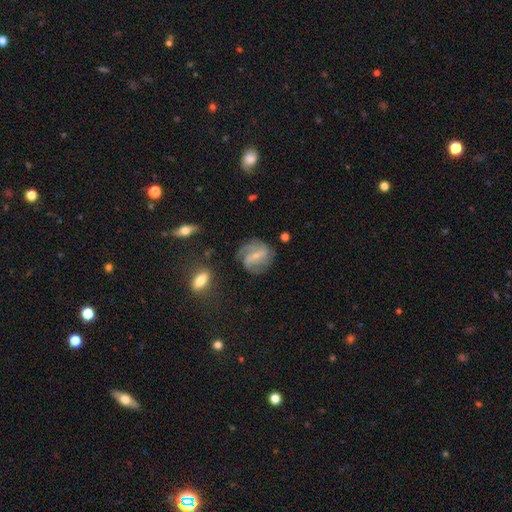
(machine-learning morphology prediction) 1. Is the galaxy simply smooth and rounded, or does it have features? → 80% featured or disk, 13% smooth, 7% star or artifact.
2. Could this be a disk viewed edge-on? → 97% no, 3% yes.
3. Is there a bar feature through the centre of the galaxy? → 45% weak, 30% strong, 25% no.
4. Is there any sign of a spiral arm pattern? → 94% yes, 6% no.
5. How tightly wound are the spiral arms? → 45% medium, 31% tight, 24% loose.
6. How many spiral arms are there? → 40% 2, 26% 3, 17% can't tell, 7% 1, 6% 4, 4% more than 4.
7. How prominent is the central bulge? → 69% small, 25% moderate, 4% none, 1% large, 1% dominant.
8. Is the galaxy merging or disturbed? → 68% none, 19% minor disturbance, 11% major disturbance, 2% merger.